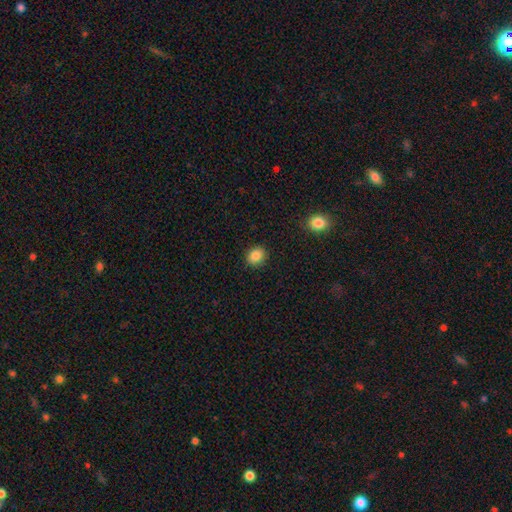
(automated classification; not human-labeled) Smooth or featured? Predicted: smooth (p=0.86). How rounded? Predicted: round (p=0.63). Merging? Predicted: none (p=0.90).